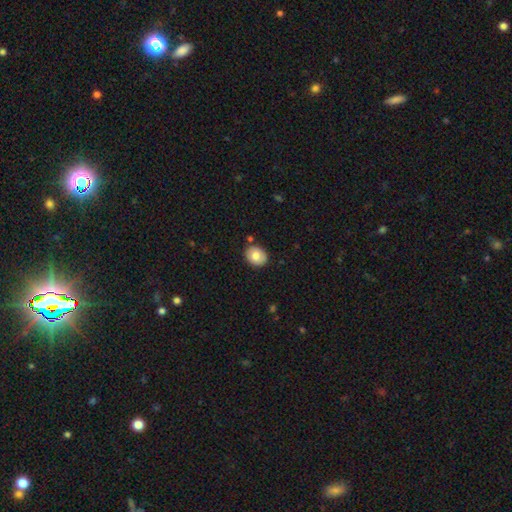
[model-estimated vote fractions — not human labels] Smooth or featured?
  - smooth: 78% *
  - featured or disk: 14%
  - star or artifact: 8%
How rounded?
  - round: 59% *
  - in between: 40%
  - cigar-shaped: 1%
Merging?
  - none: 86% *
  - minor disturbance: 9%
  - merger: 3%
  - major disturbance: 2%